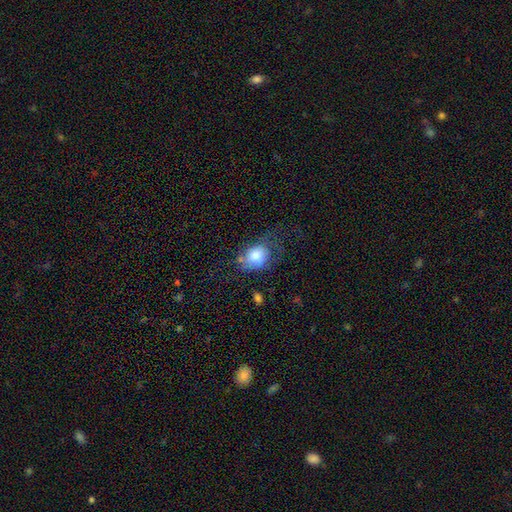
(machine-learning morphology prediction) type=smooth (74%); roundness=in between (57%); merging=none (41%).